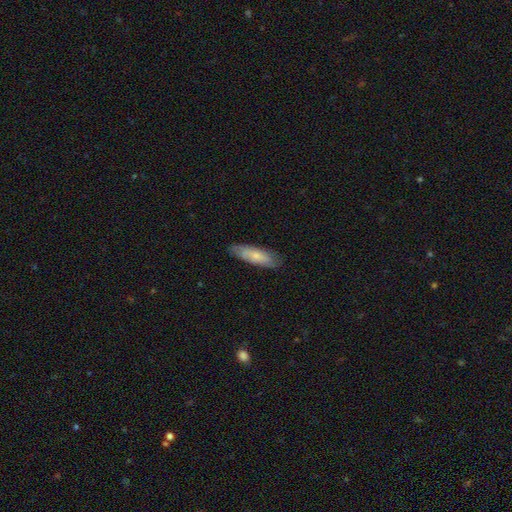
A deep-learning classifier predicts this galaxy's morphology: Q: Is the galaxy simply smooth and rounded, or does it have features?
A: smooth — 70%.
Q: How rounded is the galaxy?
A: cigar-shaped — 62%.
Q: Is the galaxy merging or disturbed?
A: none — 83%.